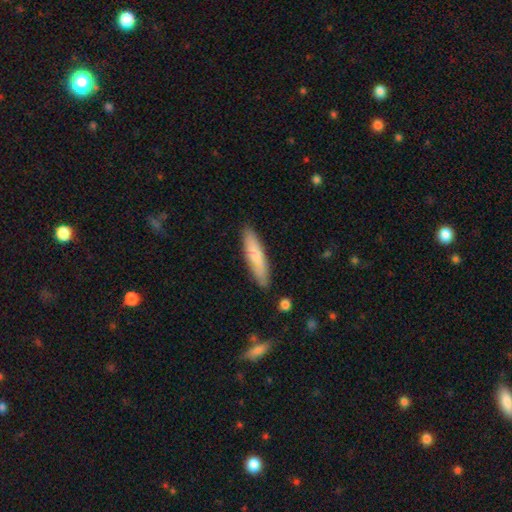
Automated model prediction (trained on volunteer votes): This is likely a smooth galaxy (76%). How rounded: clearly cigar-shaped (82%). Merging: clearly none (87%).